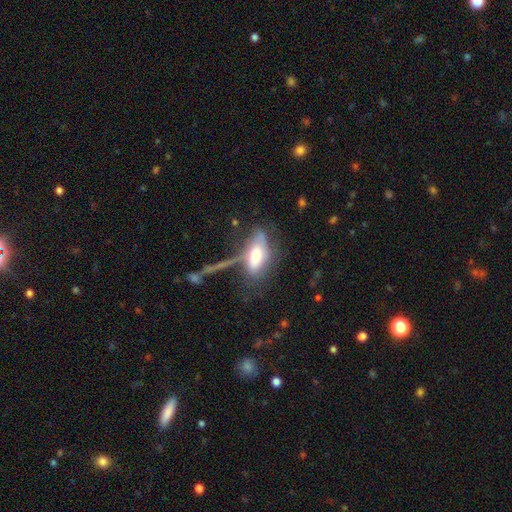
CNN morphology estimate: Smooth or featured?
  - smooth: 59% *
  - featured or disk: 32%
  - star or artifact: 9%
How rounded?
  - in between: 80% *
  - cigar-shaped: 17%
  - round: 4%
Merging?
  - none: 39% *
  - major disturbance: 24%
  - minor disturbance: 23%
  - merger: 14%